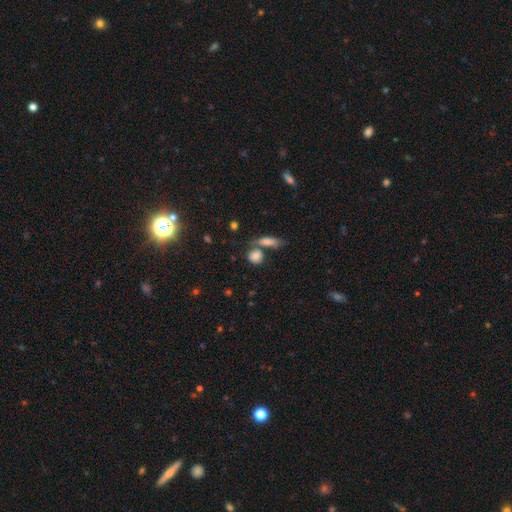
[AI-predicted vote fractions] smooth 78%, featured or disk 13%, star or artifact 9%. Down the decision tree: how rounded — round (64%); merging — none (53%).